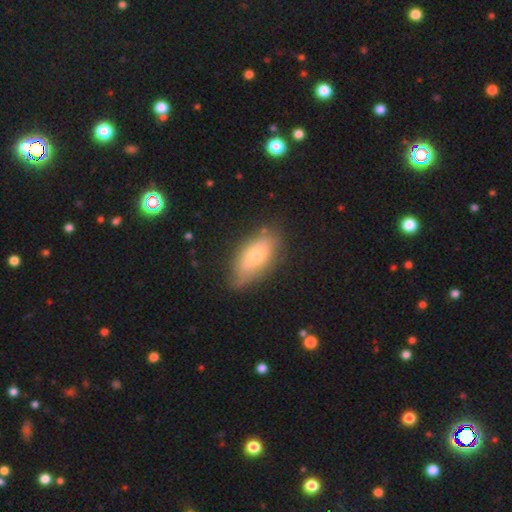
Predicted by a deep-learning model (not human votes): This appears to be a smooth galaxy with no disk features (61%) that is in between round and cigar-shaped (87%). Merging: none (71%).